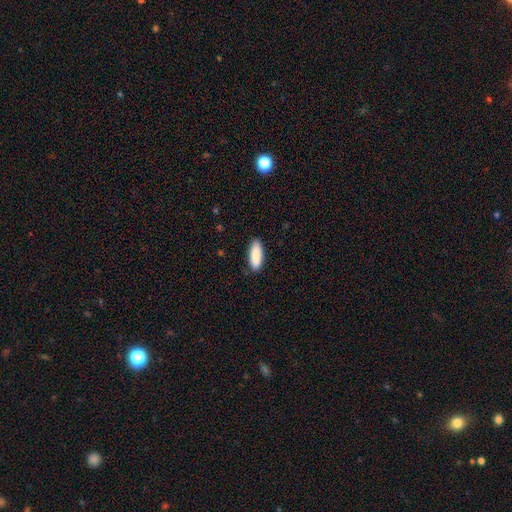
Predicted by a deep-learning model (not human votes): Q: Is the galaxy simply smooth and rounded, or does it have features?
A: smooth — 89%.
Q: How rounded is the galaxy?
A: in between — 69%.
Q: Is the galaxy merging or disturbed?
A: none — 88%.